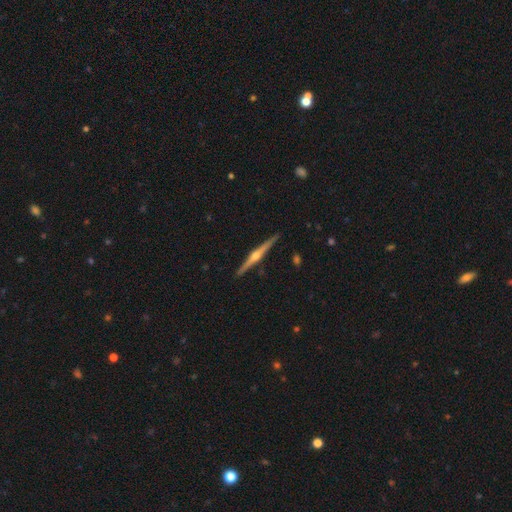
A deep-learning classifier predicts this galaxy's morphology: Smooth or featured? Predicted: featured or disk (p=0.84). Edge-on disk? Predicted: yes (p=0.99). Edge-on bulge? Predicted: rounded (p=0.94). Merging? Predicted: none (p=0.92).